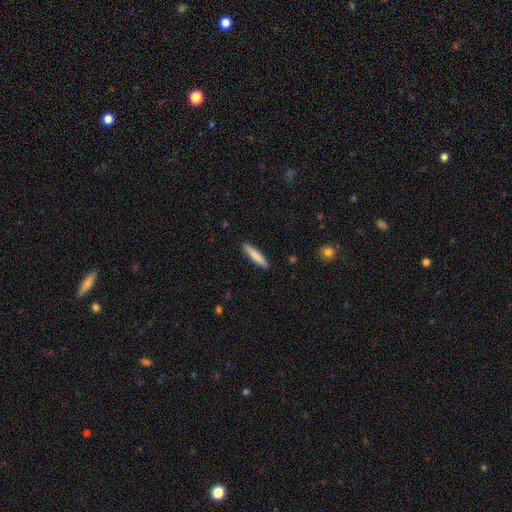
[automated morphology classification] This is clearly a smooth galaxy (80%). How rounded: clearly cigar-shaped (89%). Merging: clearly none (91%).